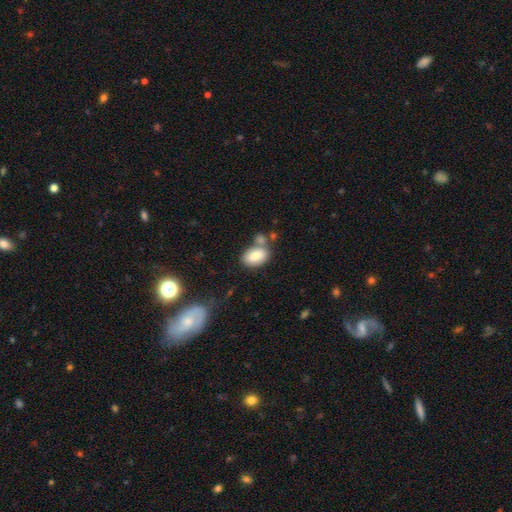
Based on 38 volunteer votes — A smooth galaxy with no disk features (82%) that is in between round and cigar-shaped (94%).

Vote fractions:
- Smooth or featured? smooth: 82% / featured or disk: 18% / star or artifact: 0%
- How rounded? in between: 94% / round: 6% / cigar-shaped: 0%
- Merging? none: 58% / merger: 39% / minor disturbance: 3% / major disturbance: 0%